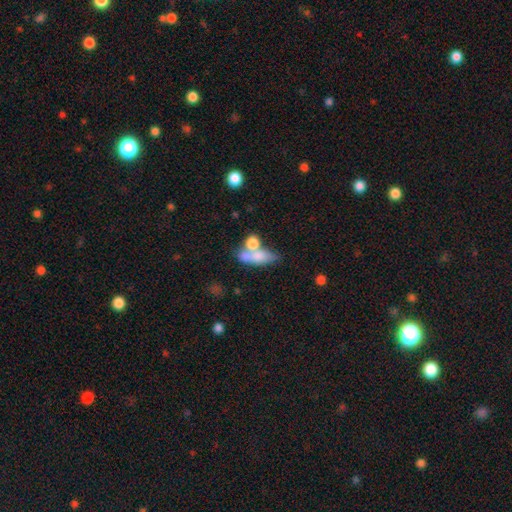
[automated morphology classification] Smooth or featured? smooth (67%)
How rounded? in between (60%)
Merging? merger (45%)